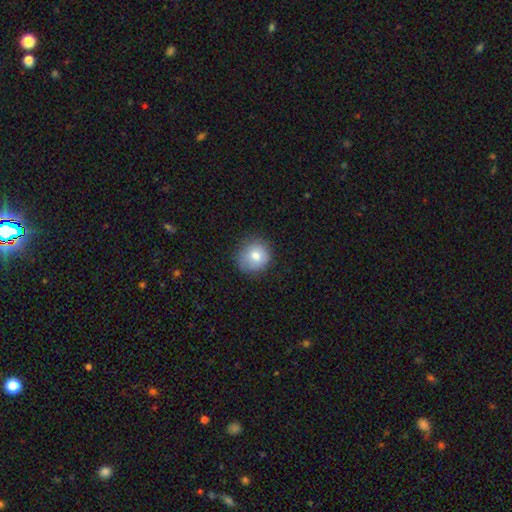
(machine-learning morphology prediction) Smooth or featured: smooth — 78% (featured or disk — 13%)
How rounded: round — 88% (in between — 11%)
Merging: none — 77% (minor disturbance — 17%)